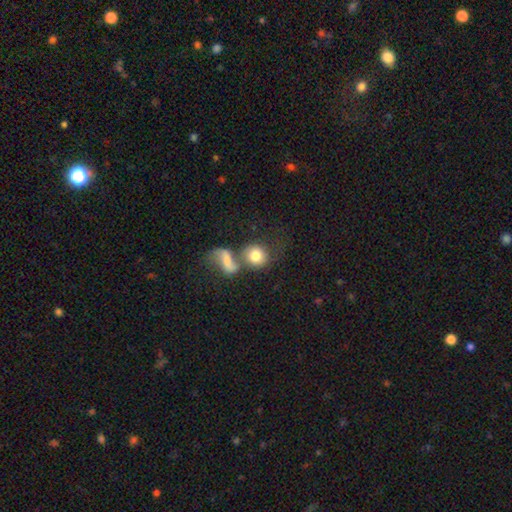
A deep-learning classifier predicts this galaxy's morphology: This appears to be a smooth galaxy with no disk features (76%) that is round (75%). Merging: merger (49%).